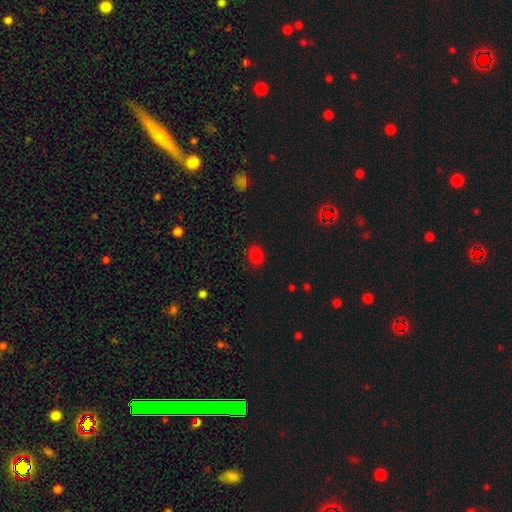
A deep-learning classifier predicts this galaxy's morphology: smooth-or-featured: smooth: 80% | star or artifact: 16% | featured or disk: 4%
  how-rounded: round: 55% | in between: 43% | cigar-shaped: 1%
  merging: none: 85% | minor disturbance: 11% | major disturbance: 3% | merger: 1%